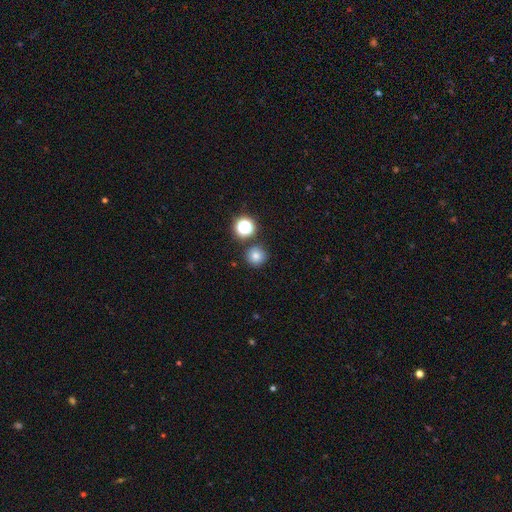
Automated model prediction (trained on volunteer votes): This appears to be a smooth galaxy with no disk features (76%) that is round (94%). Merging: none (83%).